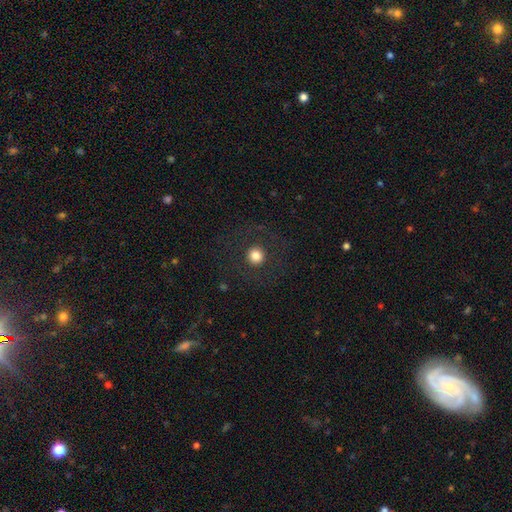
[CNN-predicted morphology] This is likely a smooth galaxy (78%). How rounded: clearly round (95%). Merging: clearly none (87%).